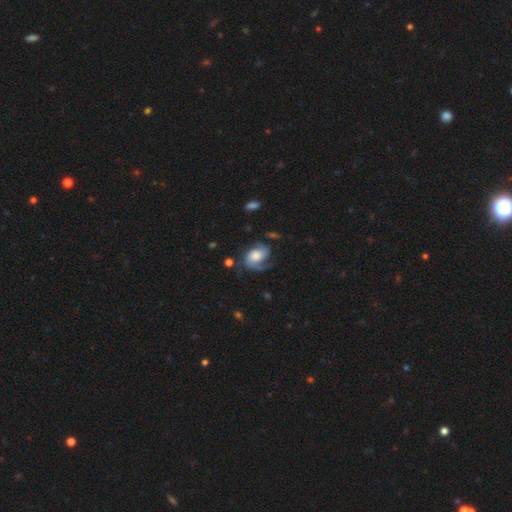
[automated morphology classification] Smooth or featured? Predicted: featured or disk (p=0.76). Edge-on disk? Predicted: no (p=0.98). Bar? Predicted: no (p=0.67). Spiral arms? Predicted: yes (p=0.95). Spiral winding? Predicted: medium (p=0.44). Spiral arm count? Predicted: 2 (p=0.58). Bulge size? Predicted: moderate (p=0.44). Merging? Predicted: none (p=0.54).